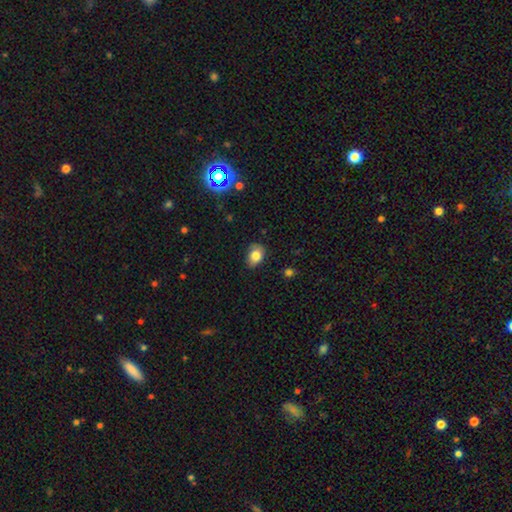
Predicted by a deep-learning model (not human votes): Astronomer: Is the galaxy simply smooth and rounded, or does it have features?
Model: smooth — 81%.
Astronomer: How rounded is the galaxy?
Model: in between — 76%.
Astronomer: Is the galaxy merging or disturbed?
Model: none — 70%.